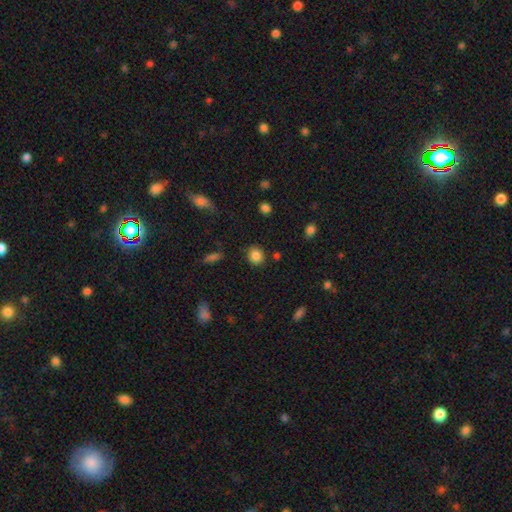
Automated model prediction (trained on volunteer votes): Smooth or featured: smooth — 86% (star or artifact — 10%)
How rounded: round — 83% (in between — 16%)
Merging: none — 87% (minor disturbance — 8%)